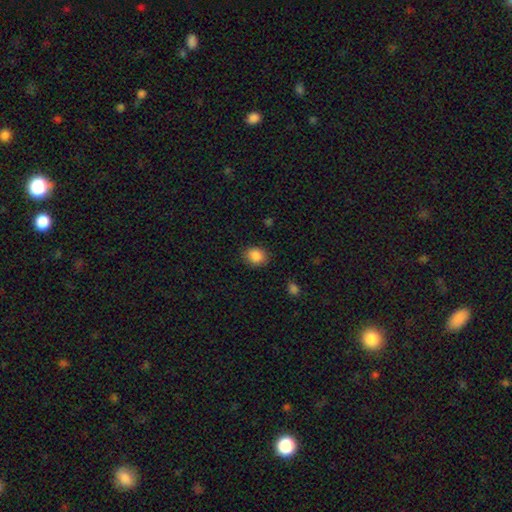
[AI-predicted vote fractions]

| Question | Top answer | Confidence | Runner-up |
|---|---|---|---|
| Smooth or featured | smooth | 87% | star or artifact (9%) |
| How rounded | round | 58% | in between (41%) |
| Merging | none | 84% | minor disturbance (11%) |